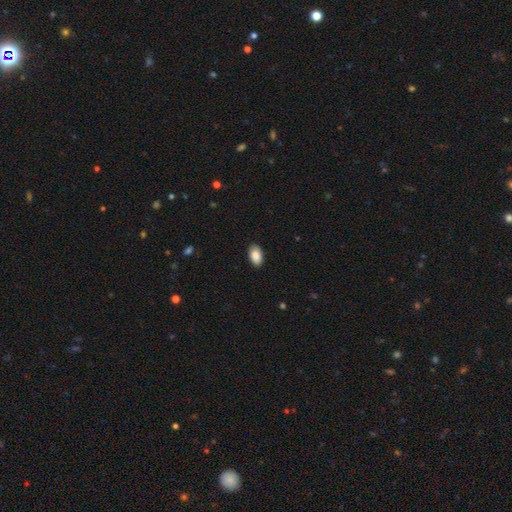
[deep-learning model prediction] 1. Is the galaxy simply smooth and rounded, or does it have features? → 89% smooth, 7% star or artifact, 5% featured or disk.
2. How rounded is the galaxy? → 94% in between, 5% round, 1% cigar-shaped.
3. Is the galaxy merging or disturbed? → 88% none, 9% minor disturbance, 2% major disturbance, 1% merger.